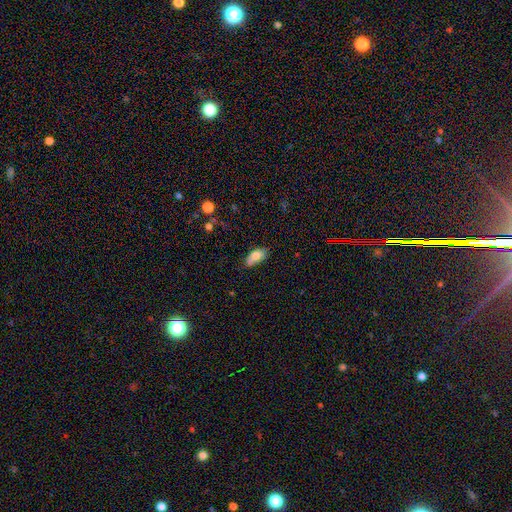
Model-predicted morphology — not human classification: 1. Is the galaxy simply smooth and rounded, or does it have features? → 80% smooth, 12% featured or disk, 8% star or artifact.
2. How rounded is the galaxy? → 90% in between, 6% cigar-shaped, 4% round.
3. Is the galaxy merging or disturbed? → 60% none, 30% minor disturbance, 6% major disturbance, 4% merger.